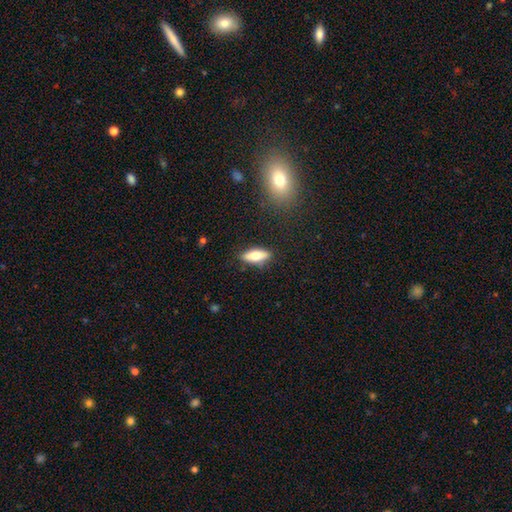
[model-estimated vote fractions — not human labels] smooth_or_featured: smooth (p=0.70) [alt: featured or disk p=0.24]
how_rounded: in between (p=0.72) [alt: cigar-shaped p=0.25]
merging: none (p=0.85) [alt: minor disturbance p=0.11]